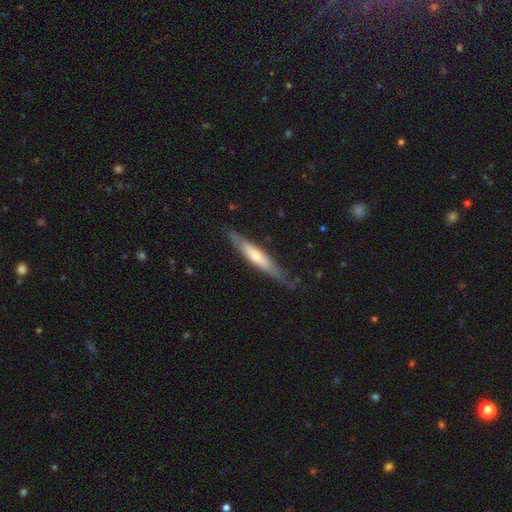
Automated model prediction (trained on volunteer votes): Smooth or featured? featured or disk (48%)
Merging? none (76%)